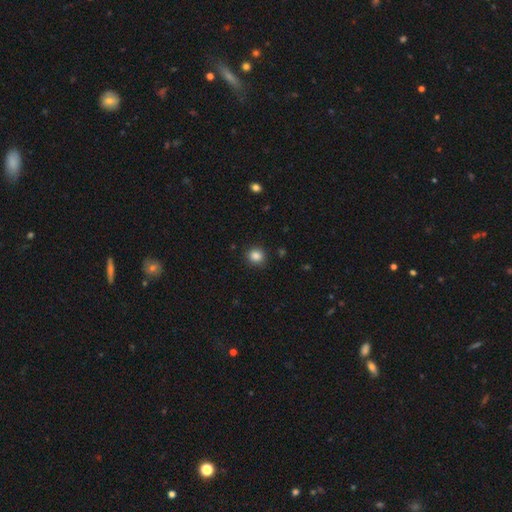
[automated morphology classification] Smooth or featured? Predicted: smooth (p=0.86). How rounded? Predicted: round (p=0.87). Merging? Predicted: none (p=0.89).